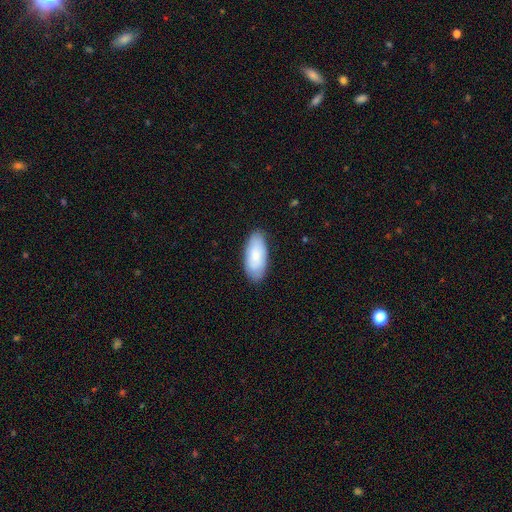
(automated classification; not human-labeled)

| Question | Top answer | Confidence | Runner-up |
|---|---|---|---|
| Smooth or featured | smooth | 82% | featured or disk (12%) |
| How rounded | in between | 90% | cigar-shaped (9%) |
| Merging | none | 85% | minor disturbance (11%) |